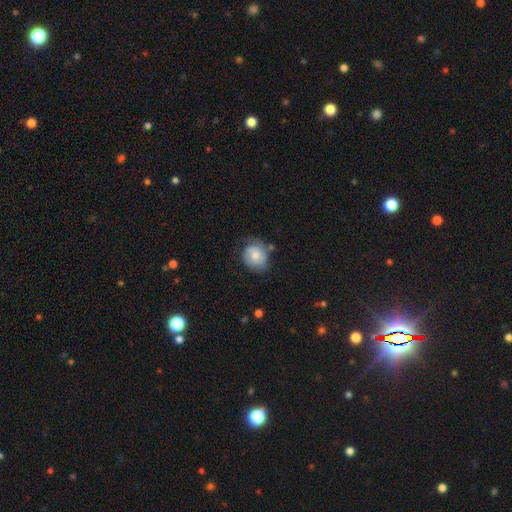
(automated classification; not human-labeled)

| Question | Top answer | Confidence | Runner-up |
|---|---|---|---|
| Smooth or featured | smooth | 52% | featured or disk (39%) |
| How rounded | round | 59% | in between (40%) |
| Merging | none | 61% | minor disturbance (27%) |